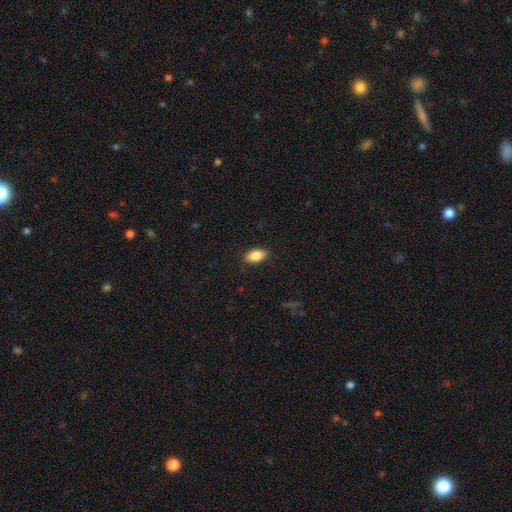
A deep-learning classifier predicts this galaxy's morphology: This appears to be a smooth galaxy with no disk features (88%) that is in between round and cigar-shaped (92%). Merging: none (88%).